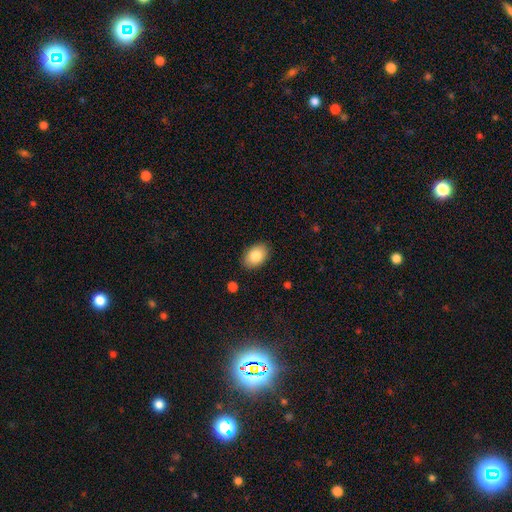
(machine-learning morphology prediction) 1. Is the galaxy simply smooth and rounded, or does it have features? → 84% smooth, 9% featured or disk, 7% star or artifact.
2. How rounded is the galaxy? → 84% in between, 15% round, 1% cigar-shaped.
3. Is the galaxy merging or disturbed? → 87% none, 9% minor disturbance, 2% major disturbance, 1% merger.